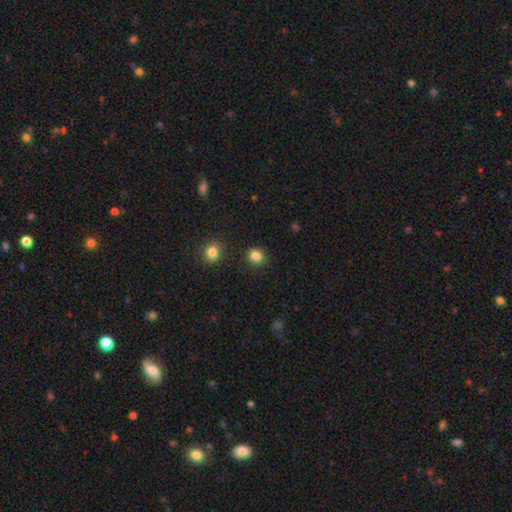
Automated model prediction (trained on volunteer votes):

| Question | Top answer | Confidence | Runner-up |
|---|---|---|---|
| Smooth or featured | smooth | 85% | star or artifact (12%) |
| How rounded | round | 84% | in between (15%) |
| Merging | none | 88% | minor disturbance (7%) |